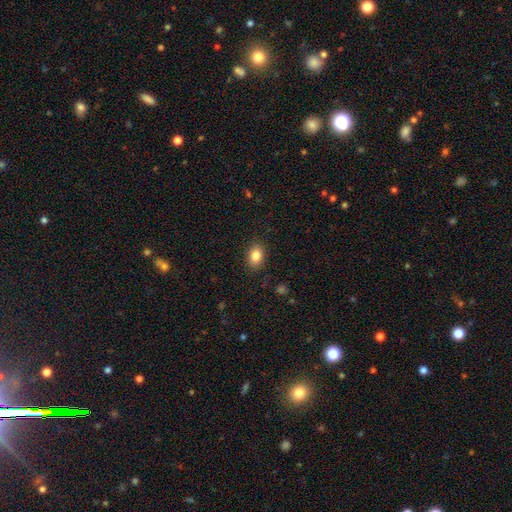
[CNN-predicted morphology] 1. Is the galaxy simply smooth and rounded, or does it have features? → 85% smooth, 9% star or artifact, 6% featured or disk.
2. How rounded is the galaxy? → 79% in between, 20% round, 1% cigar-shaped.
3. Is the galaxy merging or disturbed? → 87% none, 9% minor disturbance, 3% major disturbance, 1% merger.